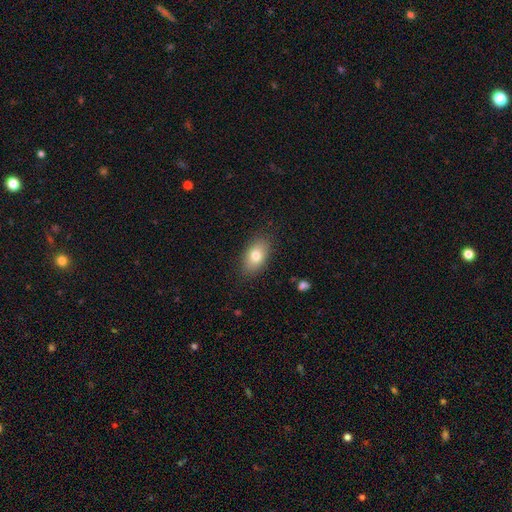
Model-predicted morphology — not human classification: This appears to be a smooth galaxy with no disk features (78%) that is in between round and cigar-shaped (89%). Merging: none (86%).